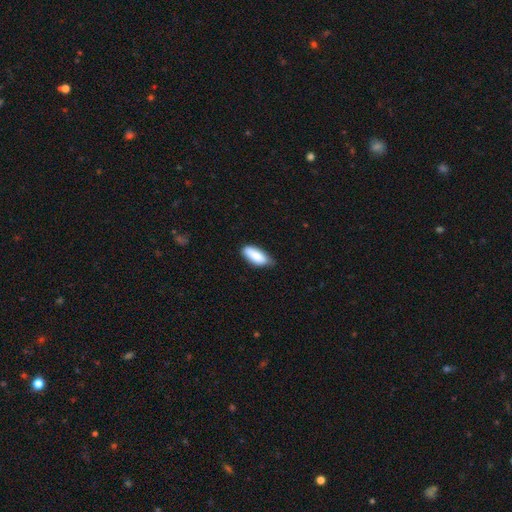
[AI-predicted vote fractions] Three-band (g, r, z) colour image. It shows a smooth galaxy with no disk features (84%) that is in between round and cigar-shaped (81%). Merging: none (66%).